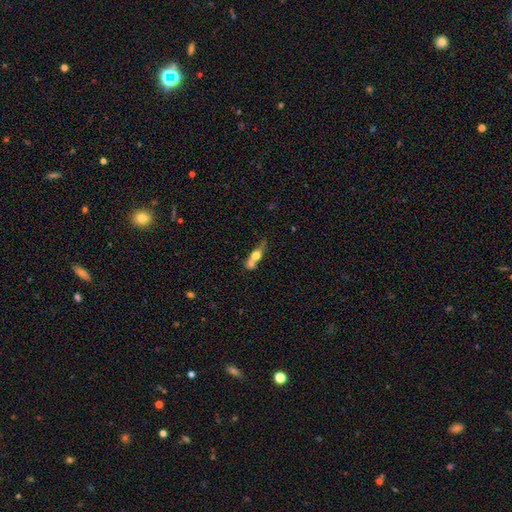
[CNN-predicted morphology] smooth-or-featured: smooth: 54% | featured or disk: 37% | star or artifact: 9%
  how-rounded: in between: 45% | cigar-shaped: 30% | round: 26%
  merging: merger: 60% | none: 25% | minor disturbance: 9% | major disturbance: 6%